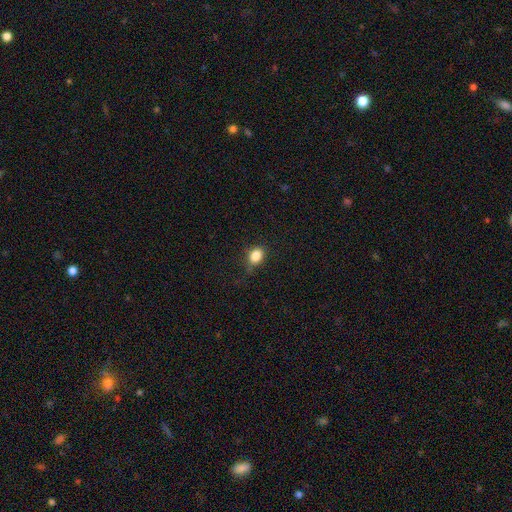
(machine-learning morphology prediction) The model was most divided on "how rounded": in between: 62%, round: 36%, cigar-shaped: 1%. More confident: smooth or featured — smooth (85%); merging — none (74%).